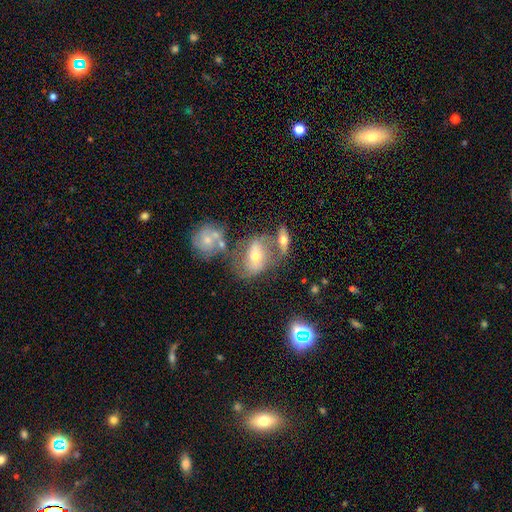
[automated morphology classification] Smooth or featured? Predicted: featured or disk (p=0.53). Edge-on disk? Predicted: no (p=0.87). Merging? Predicted: none (p=0.41).